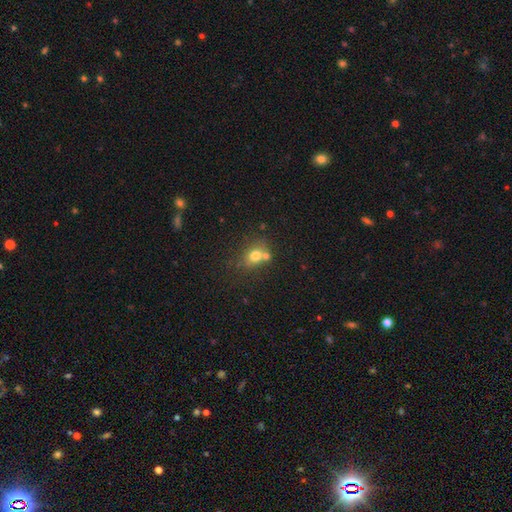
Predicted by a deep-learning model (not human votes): A smooth galaxy with no disk features (73%) that is round (53%). Merging: none (45%).